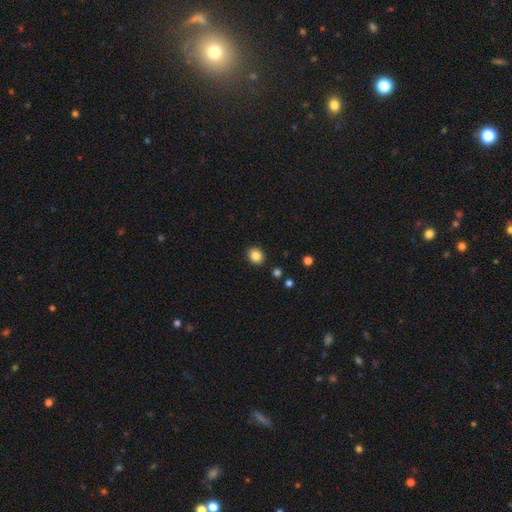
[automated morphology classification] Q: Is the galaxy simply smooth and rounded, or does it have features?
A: smooth — 86%.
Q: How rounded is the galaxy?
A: round — 65%.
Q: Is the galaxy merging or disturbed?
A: none — 90%.